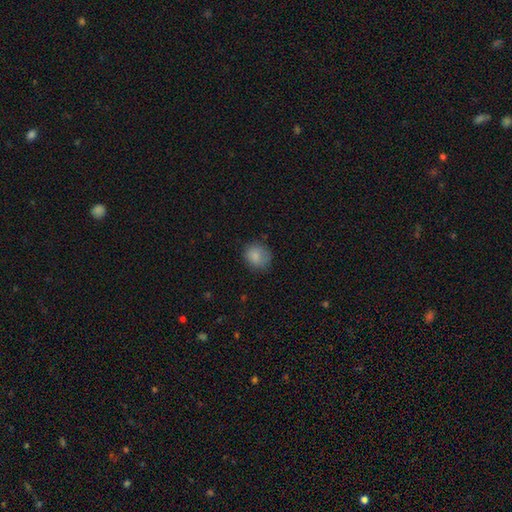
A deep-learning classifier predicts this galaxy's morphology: A smooth galaxy with no disk features (84%) that is round (71%). Merging: none (72%).